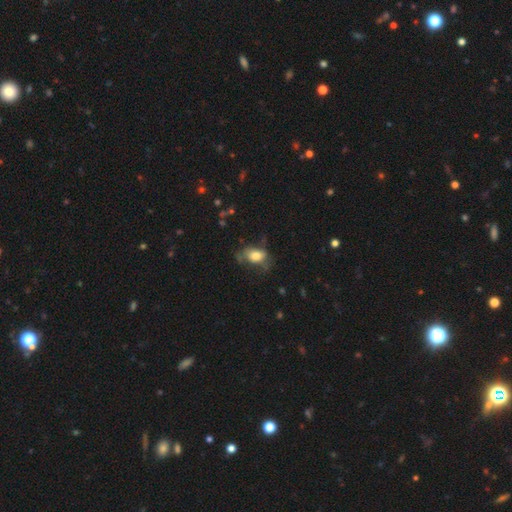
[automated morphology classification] Smooth or featured?
  - smooth: 70% *
  - featured or disk: 22%
  - star or artifact: 9%
How rounded?
  - in between: 83% *
  - round: 14%
  - cigar-shaped: 2%
Merging?
  - none: 41% *
  - minor disturbance: 30%
  - major disturbance: 25%
  - merger: 3%